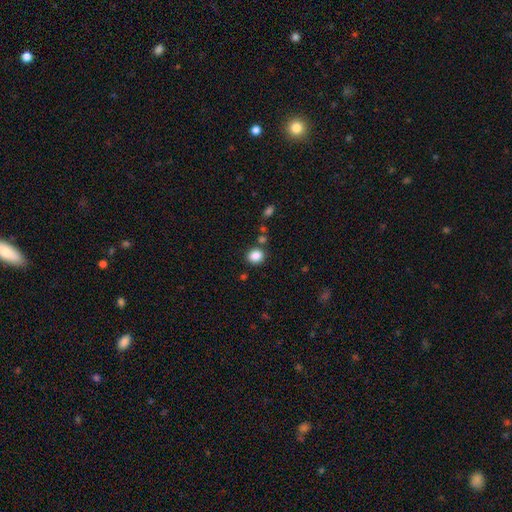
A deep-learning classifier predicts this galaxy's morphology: A smooth galaxy with no disk features (86%) that is round (75%).

Vote fractions:
- Smooth or featured? smooth: 86% / star or artifact: 10% / featured or disk: 4%
- How rounded? round: 75% / in between: 24% / cigar-shaped: 1%
- Merging? none: 81% / minor disturbance: 9% / merger: 6% / major disturbance: 3%